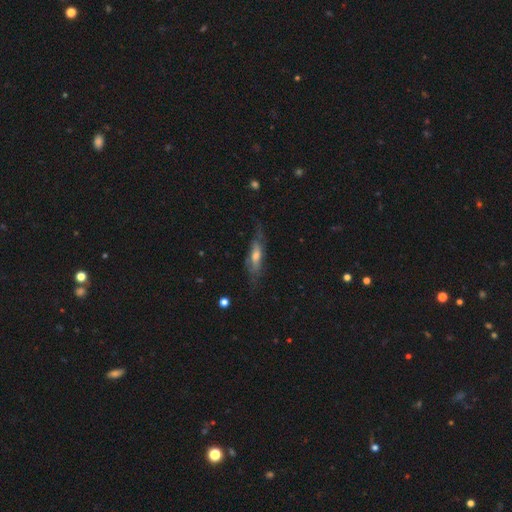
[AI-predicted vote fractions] Q: Smooth or featured?
A: featured or disk (57%); runner-up: smooth (34%)
Q: Edge-on disk?
A: yes (54%); runner-up: no (46%)
Q: Merging?
A: none (62%); runner-up: minor disturbance (24%)